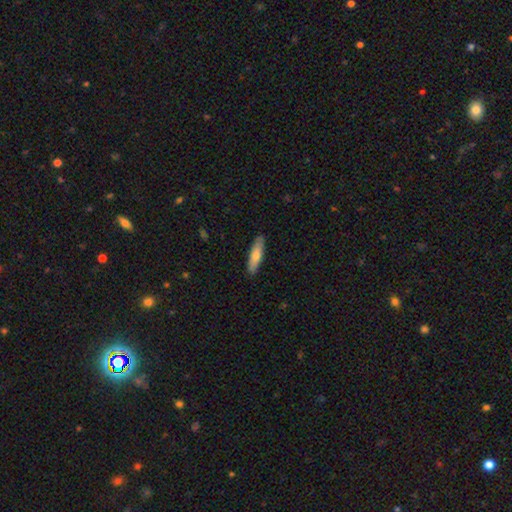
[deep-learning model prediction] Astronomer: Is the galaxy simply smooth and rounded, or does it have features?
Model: smooth — 72%.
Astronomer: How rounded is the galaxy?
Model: cigar-shaped — 71%.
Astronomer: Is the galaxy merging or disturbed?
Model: none — 89%.